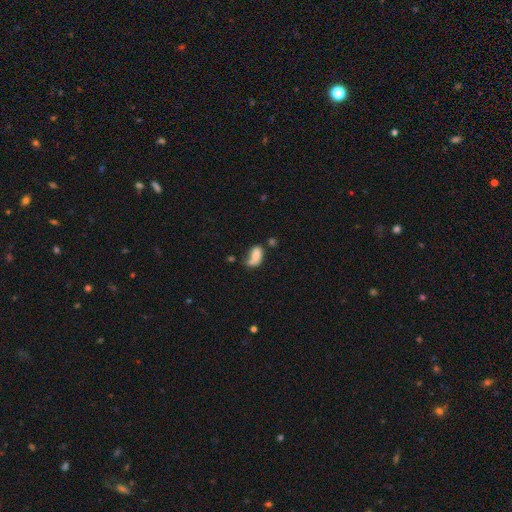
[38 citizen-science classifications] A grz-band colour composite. It shows a smooth galaxy with no disk features (74%) that is in between round and cigar-shaped (93%). Merging: merger (41%).